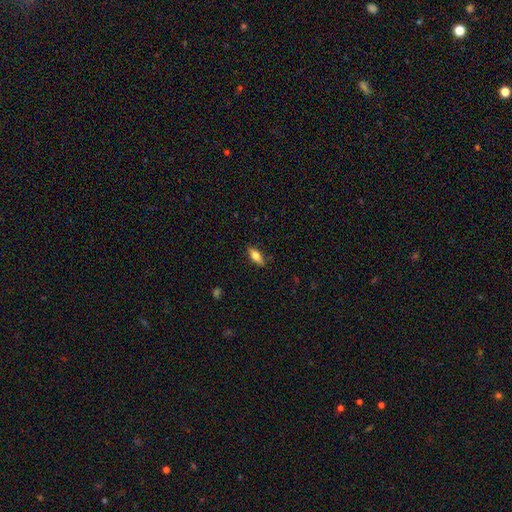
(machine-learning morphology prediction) A smooth galaxy with no disk features (71%) that is in between round and cigar-shaped (76%). Merging: none (84%).